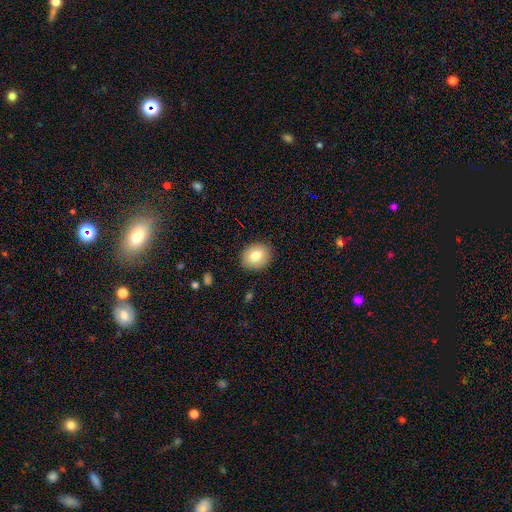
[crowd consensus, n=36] smooth_or_featured: smooth (p=0.83) [alt: featured or disk p=0.11]
how_rounded: round (p=0.67) [alt: in between p=0.33]
merging: none (p=0.91) [alt: minor disturbance p=0.06]